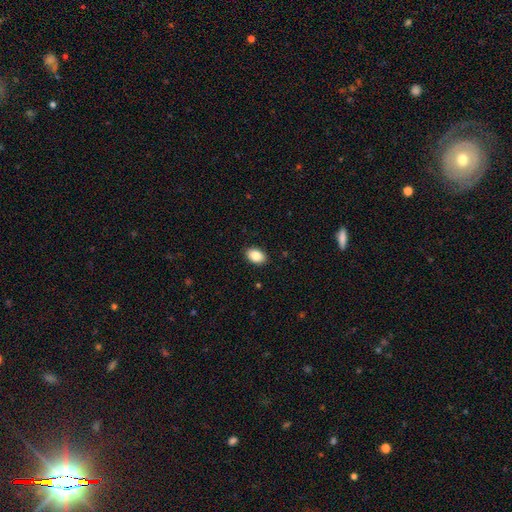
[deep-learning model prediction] smooth 86%, star or artifact 7%, featured or disk 6%. Down the decision tree: how rounded — in between (87%); merging — none (90%).